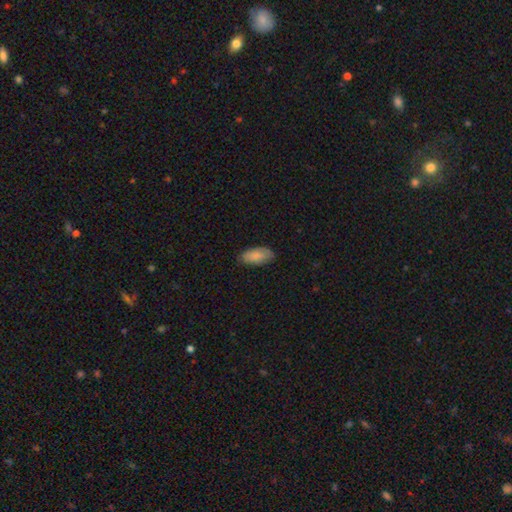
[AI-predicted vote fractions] This appears to be a smooth galaxy with no disk features (86%) that is in between round and cigar-shaped (90%). Merging: none (82%).